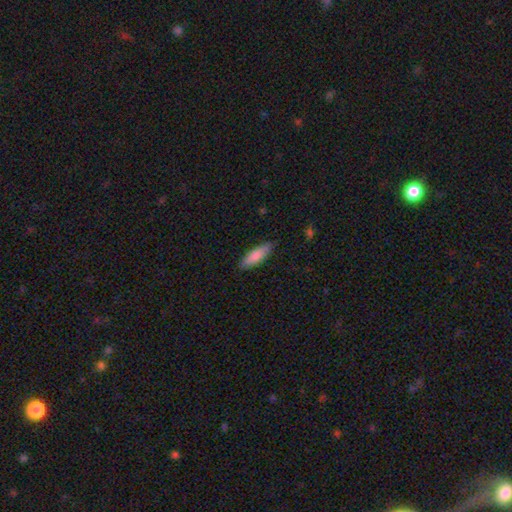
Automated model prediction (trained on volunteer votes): This appears to be a smooth galaxy with no disk features (83%) that is in between round and cigar-shaped (51%). Merging: none (85%).